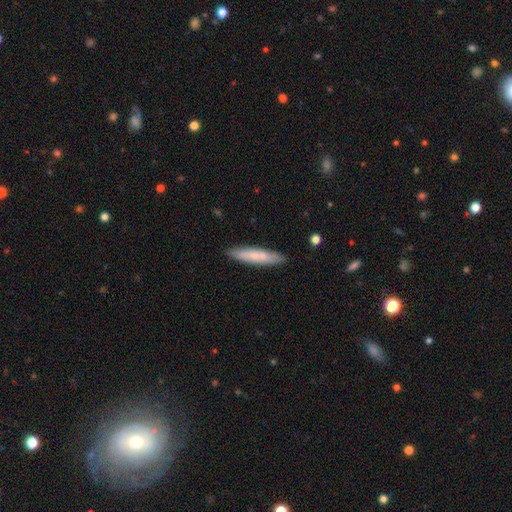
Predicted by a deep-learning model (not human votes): smooth_or_featured: smooth (p=0.63) [alt: featured or disk p=0.32]
how_rounded: cigar-shaped (p=0.85) [alt: in between p=0.14]
merging: none (p=0.86) [alt: minor disturbance p=0.10]